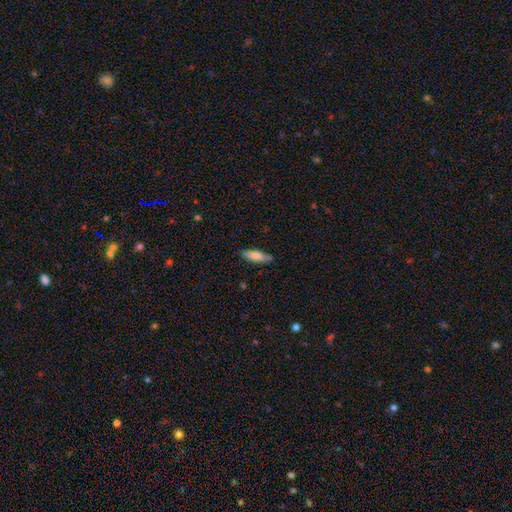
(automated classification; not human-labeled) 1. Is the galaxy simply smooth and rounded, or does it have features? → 76% smooth, 18% featured or disk, 6% star or artifact.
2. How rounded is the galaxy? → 51% cigar-shaped, 47% in between, 2% round.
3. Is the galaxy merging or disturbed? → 78% none, 17% minor disturbance, 3% major disturbance, 2% merger.